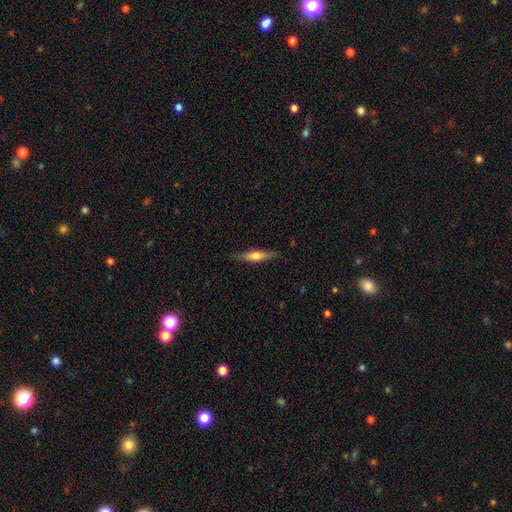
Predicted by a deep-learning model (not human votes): Smooth or featured: smooth — 47% (featured or disk — 46%)
Merging: none — 85% (minor disturbance — 12%)